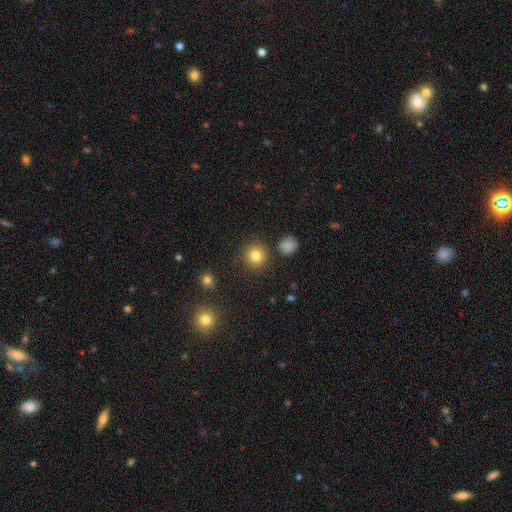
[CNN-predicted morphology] Q: Smooth or featured?
A: smooth (82%); runner-up: star or artifact (12%)
Q: How rounded?
A: round (93%); runner-up: in between (6%)
Q: Merging?
A: none (88%); runner-up: minor disturbance (7%)